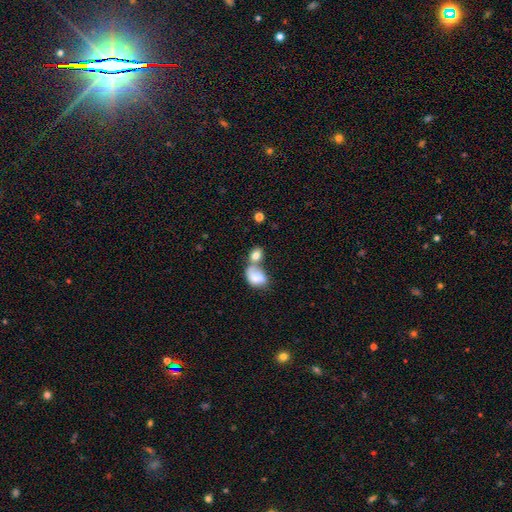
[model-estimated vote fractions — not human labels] smooth-or-featured: smooth: 78% | featured or disk: 14% | star or artifact: 8%
  how-rounded: in between: 65% | round: 34% | cigar-shaped: 2%
  merging: merger: 59% | none: 24% | minor disturbance: 9% | major disturbance: 7%